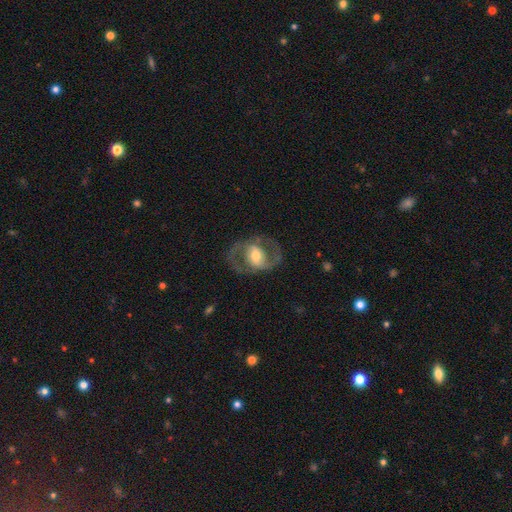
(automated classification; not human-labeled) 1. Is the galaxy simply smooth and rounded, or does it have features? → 76% featured or disk, 18% smooth, 6% star or artifact.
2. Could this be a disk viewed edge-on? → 95% no, 5% yes.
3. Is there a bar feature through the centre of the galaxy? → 38% weak, 33% no, 28% strong.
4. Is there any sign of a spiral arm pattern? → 73% yes, 27% no.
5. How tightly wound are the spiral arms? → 54% medium, 25% loose, 21% tight.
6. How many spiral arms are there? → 86% 2, 8% can't tell, 3% 1, 1% 3, 1% 4, 1% more than 4.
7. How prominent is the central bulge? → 63% moderate, 18% small, 15% large, 2% dominant, 1% none.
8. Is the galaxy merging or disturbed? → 73% none, 13% minor disturbance, 12% major disturbance, 1% merger.